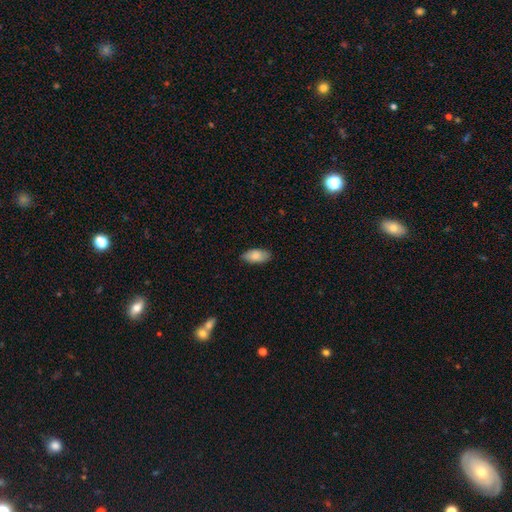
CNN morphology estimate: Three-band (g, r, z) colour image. It shows a smooth galaxy with no disk features (85%) that is in between round and cigar-shaped (92%). Merging: none (84%).